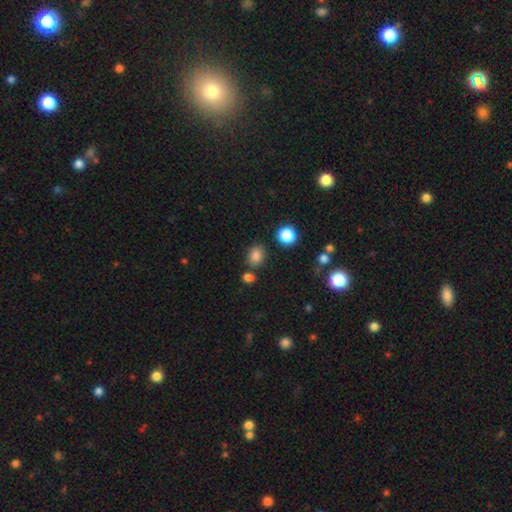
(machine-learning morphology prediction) Smooth or featured? smooth (82%)
How rounded? in between (59%)
Merging? none (74%)